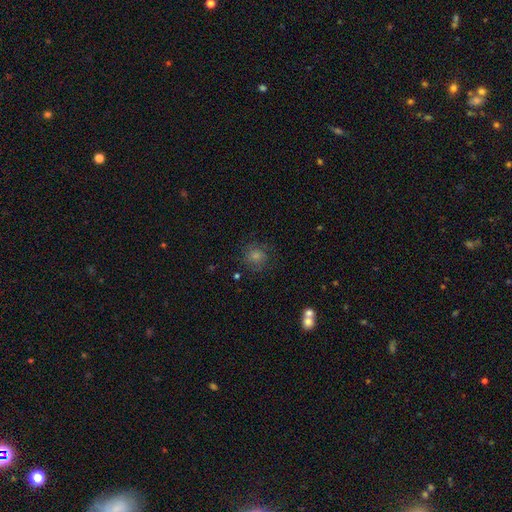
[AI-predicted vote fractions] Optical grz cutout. It shows a smooth galaxy with no disk features (43%). Merging: none (80%).